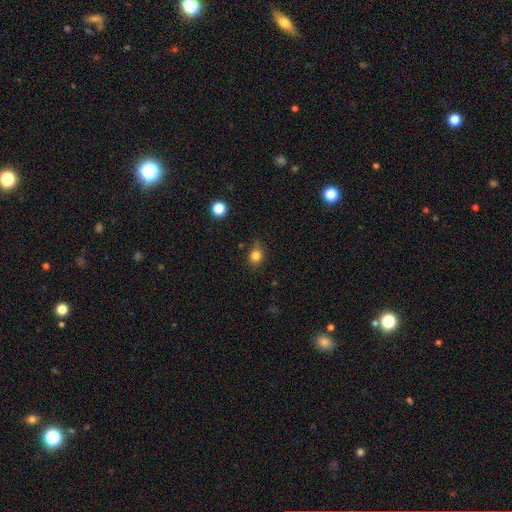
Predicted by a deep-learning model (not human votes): Morphology: type=smooth (82%); roundness=round (66%); merging=none (73%).